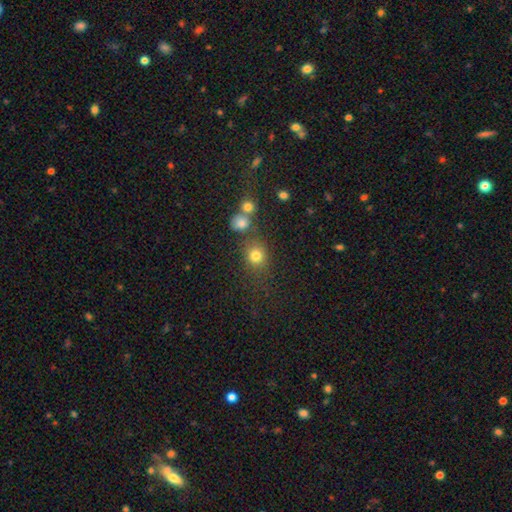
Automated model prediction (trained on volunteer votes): Morphology: type=smooth (77%); roundness=round (78%); merging=none (68%).